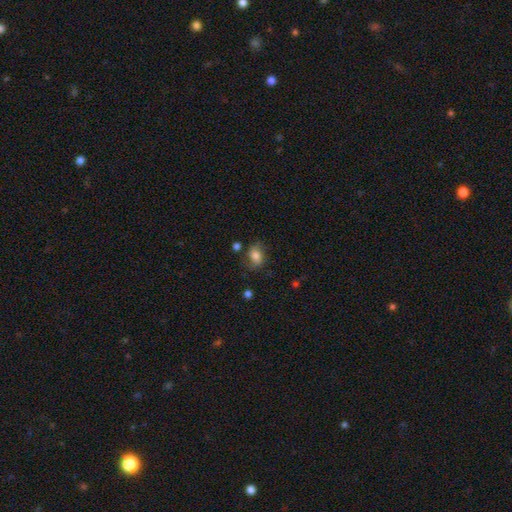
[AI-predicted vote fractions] smooth 73%, featured or disk 17%, star or artifact 10%. Down the decision tree: how rounded — in between (66%); merging — none (68%).